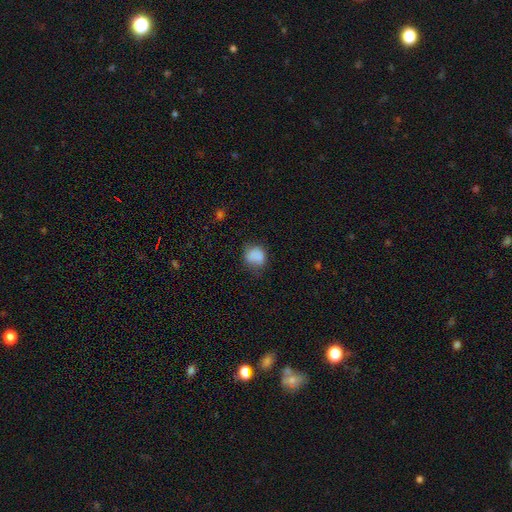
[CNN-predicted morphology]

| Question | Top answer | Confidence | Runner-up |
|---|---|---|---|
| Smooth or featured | smooth | 83% | star or artifact (10%) |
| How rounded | round | 71% | in between (28%) |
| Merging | none | 59% | minor disturbance (29%) |